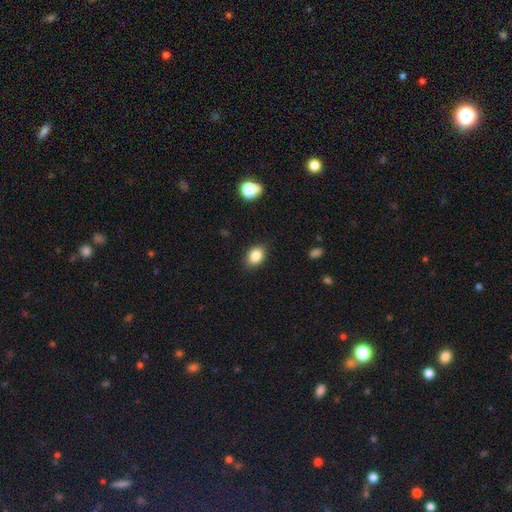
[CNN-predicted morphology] type=smooth (85%); roundness=in between (71%); merging=none (87%).